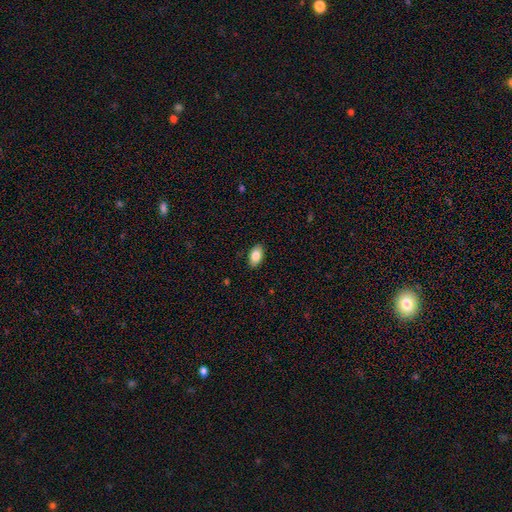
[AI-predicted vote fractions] The model was most divided on "smooth or featured": smooth: 83%, featured or disk: 10%, star or artifact: 7%. More confident: how rounded — in between (92%); merging — none (88%).